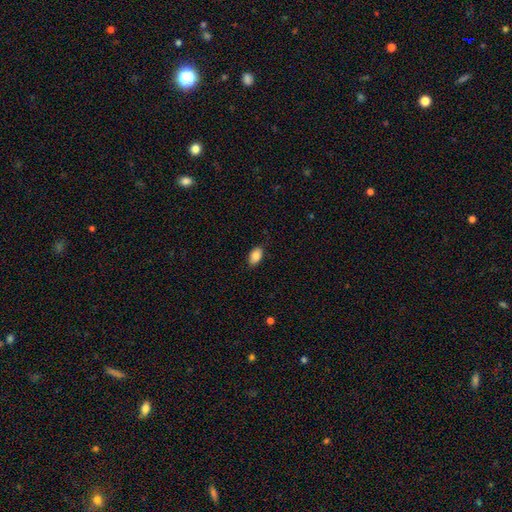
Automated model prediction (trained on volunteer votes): Smooth or featured?
  - smooth: 85% *
  - featured or disk: 8%
  - star or artifact: 7%
How rounded?
  - in between: 92% *
  - round: 6%
  - cigar-shaped: 2%
Merging?
  - none: 85% *
  - minor disturbance: 11%
  - major disturbance: 2%
  - merger: 1%